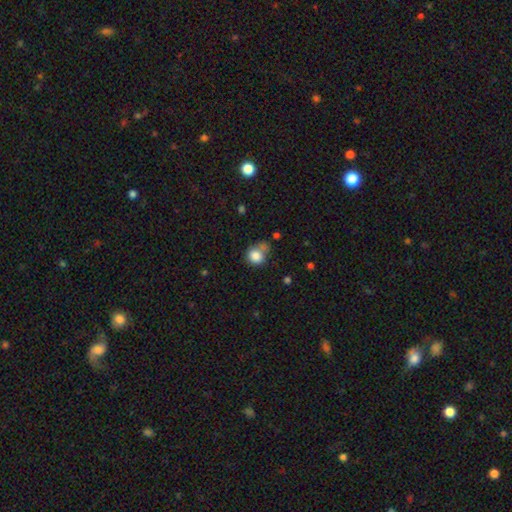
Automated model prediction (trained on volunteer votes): A smooth galaxy with no disk features (83%) that is round (77%).

Vote fractions:
- Smooth or featured? smooth: 83% / star or artifact: 10% / featured or disk: 7%
- How rounded? round: 77% / in between: 22% / cigar-shaped: 1%
- Merging? none: 46% / minor disturbance: 23% / merger: 21% / major disturbance: 10%